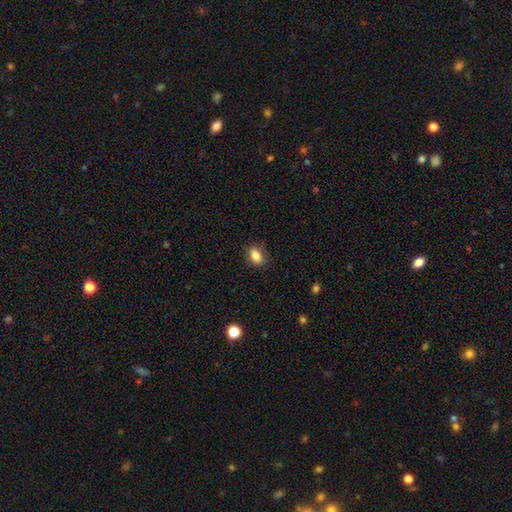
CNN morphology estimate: Overall: smooth (84%). How rounded: in between (85%). Merging: none (83%).